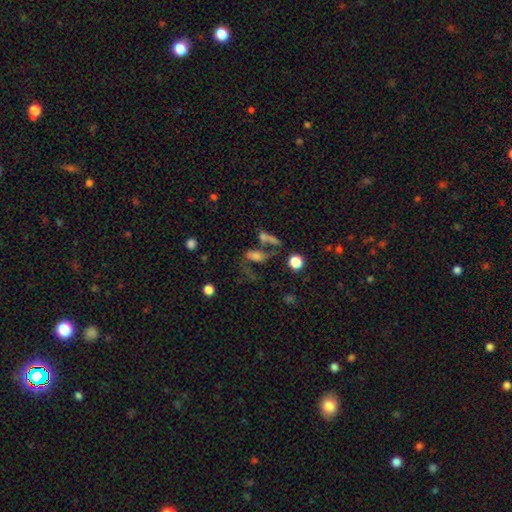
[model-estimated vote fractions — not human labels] This appears to be a smooth galaxy with no disk features (53%) that is in between round and cigar-shaped (70%). Merging: none (38%).